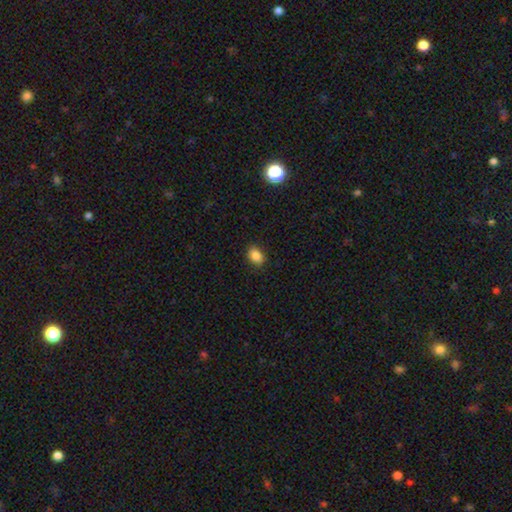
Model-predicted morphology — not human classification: This is clearly a smooth galaxy (86%). How rounded: likely in between (78%). Merging: clearly none (86%).